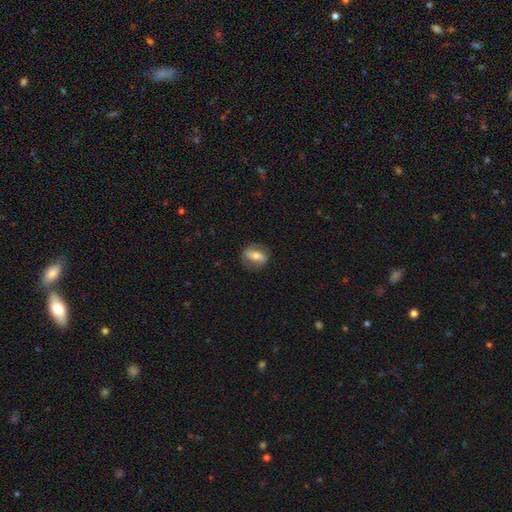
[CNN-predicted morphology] Overall: featured or disk (48%; smooth 45%). Merging: none (78%).